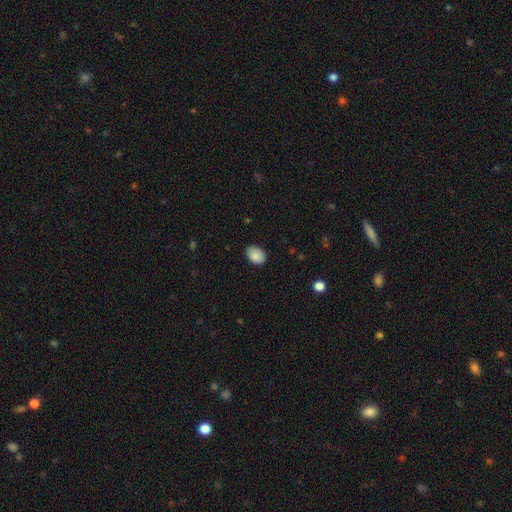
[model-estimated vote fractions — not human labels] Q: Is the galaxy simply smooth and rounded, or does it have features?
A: smooth — 88%.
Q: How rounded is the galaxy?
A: in between — 77%.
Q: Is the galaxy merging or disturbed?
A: none — 81%.